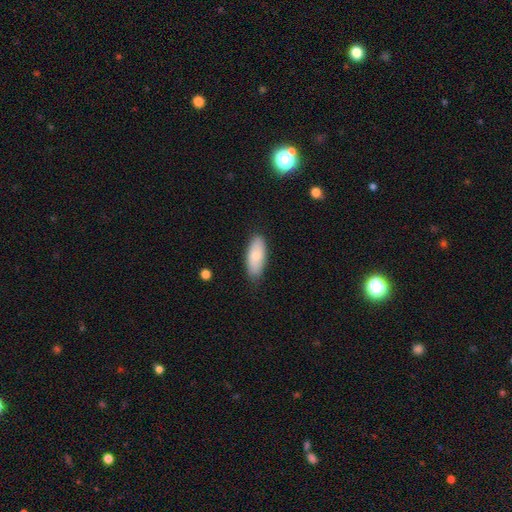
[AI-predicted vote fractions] A smooth galaxy with no disk features (81%) that is in between round and cigar-shaped (84%).

Vote fractions:
- Smooth or featured? smooth: 81% / featured or disk: 13% / star or artifact: 6%
- How rounded? in between: 84% / cigar-shaped: 14% / round: 2%
- Merging? none: 81% / minor disturbance: 15% / major disturbance: 3% / merger: 1%